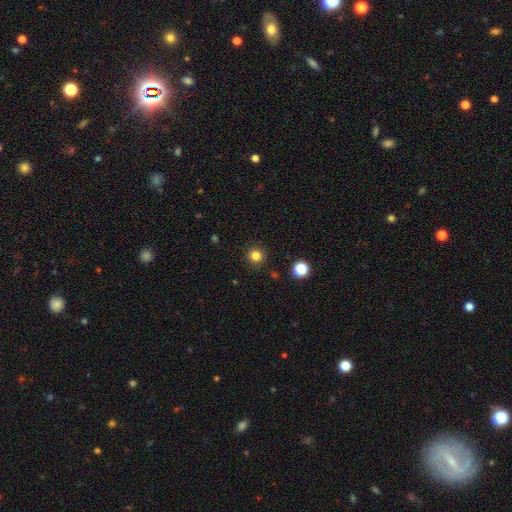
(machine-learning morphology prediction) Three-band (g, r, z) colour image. It shows a smooth galaxy with no disk features (83%) that is round (94%). Merging: none (92%).